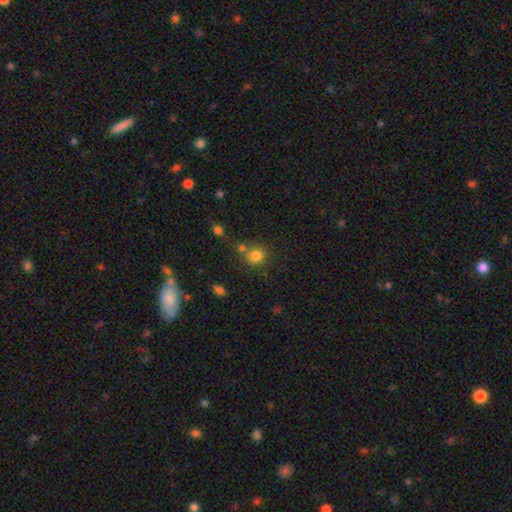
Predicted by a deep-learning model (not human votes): Q: Smooth or featured?
A: smooth (81%); runner-up: star or artifact (12%)
Q: How rounded?
A: round (85%); runner-up: in between (14%)
Q: Merging?
A: none (64%); runner-up: merger (21%)